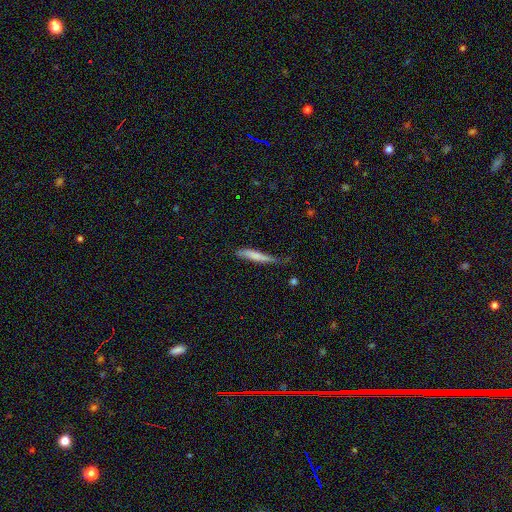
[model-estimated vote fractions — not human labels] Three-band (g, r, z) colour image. It shows a smooth galaxy with no disk features (71%) that is cigar-shaped (91%). Merging: none (55%).